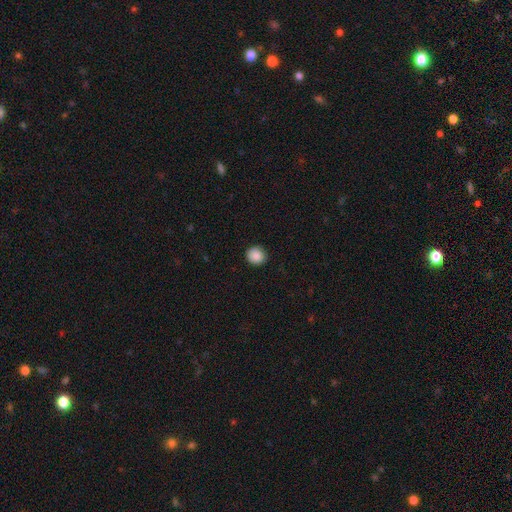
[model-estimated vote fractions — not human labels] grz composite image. It shows a smooth galaxy with no disk features (88%) that is round (91%). Merging: none (90%).